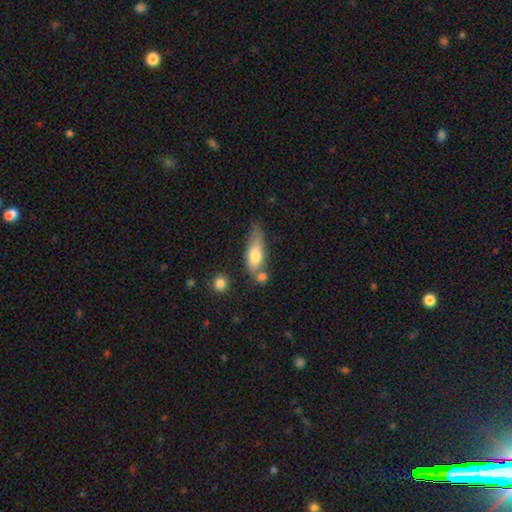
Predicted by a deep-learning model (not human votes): Smooth or featured: smooth — 69% (featured or disk — 24%)
How rounded: in between — 64% (cigar-shaped — 33%)
Merging: none — 43% (minor disturbance — 25%)